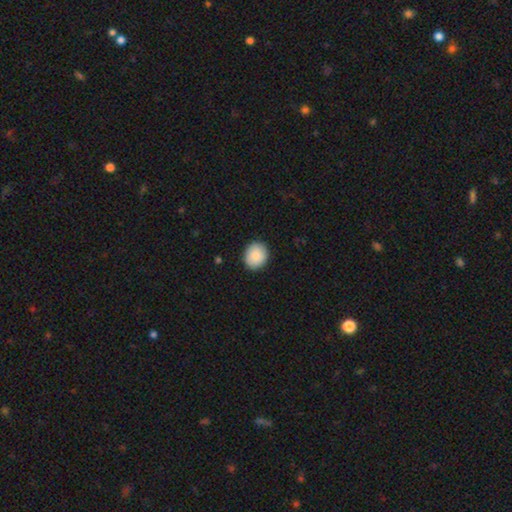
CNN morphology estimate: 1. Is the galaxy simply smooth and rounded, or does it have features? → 90% smooth, 7% star or artifact, 4% featured or disk.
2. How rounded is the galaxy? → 72% round, 27% in between, 1% cigar-shaped.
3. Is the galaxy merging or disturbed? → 90% none, 8% minor disturbance, 2% major disturbance, 1% merger.